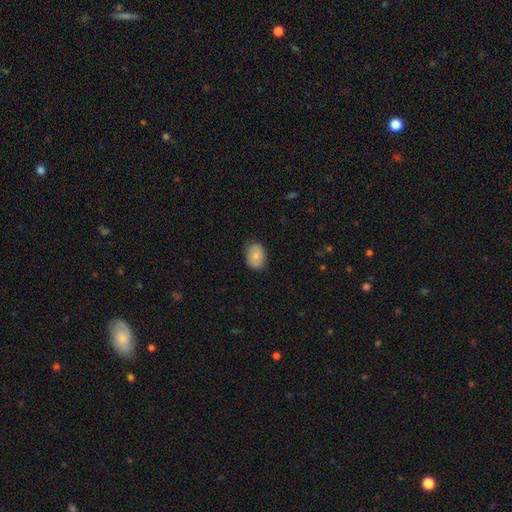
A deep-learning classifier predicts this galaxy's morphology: smooth_or_featured: smooth (p=0.80) [alt: featured or disk p=0.13]
how_rounded: in between (p=0.71) [alt: round p=0.28]
merging: none (p=0.82) [alt: minor disturbance p=0.14]